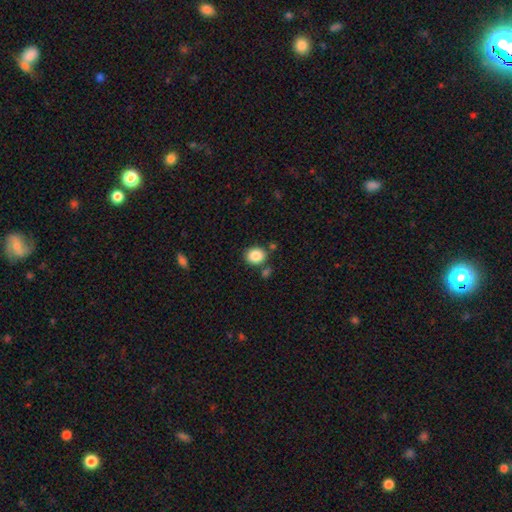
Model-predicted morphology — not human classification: smooth 86%, star or artifact 9%, featured or disk 5%. Down the decision tree: how rounded — round (65%); merging — none (77%).